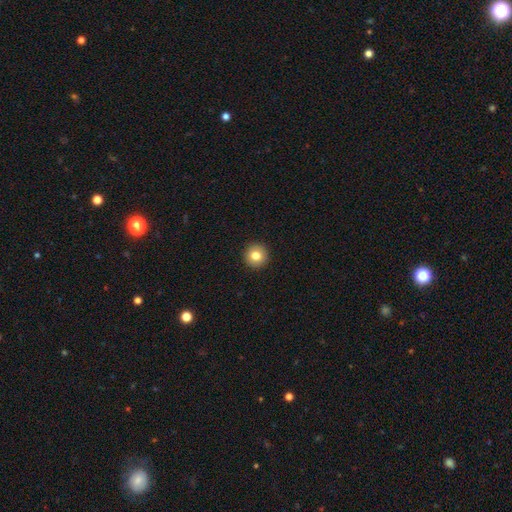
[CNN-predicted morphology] smooth 81%, star or artifact 10%, featured or disk 9%. Down the decision tree: how rounded — round (96%); merging — none (94%).